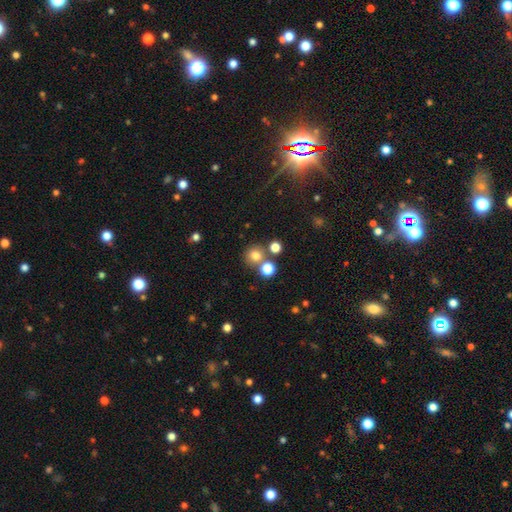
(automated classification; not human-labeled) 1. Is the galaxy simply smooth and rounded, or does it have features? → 75% smooth, 17% star or artifact, 8% featured or disk.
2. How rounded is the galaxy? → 91% round, 8% in between, 1% cigar-shaped.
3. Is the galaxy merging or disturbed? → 69% none, 20% merger, 8% minor disturbance, 3% major disturbance.